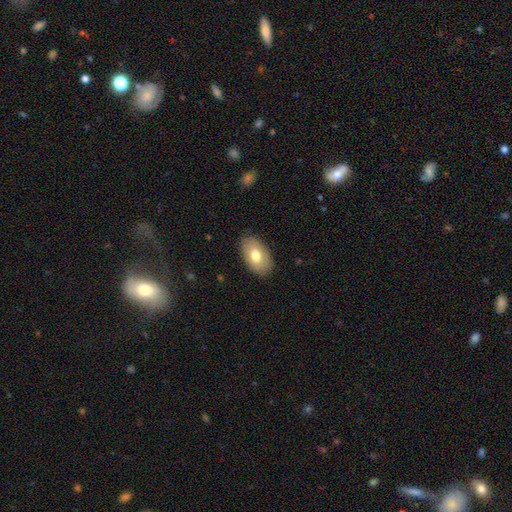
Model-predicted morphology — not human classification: smooth_or_featured: smooth (p=0.72) [alt: featured or disk p=0.21]
how_rounded: in between (p=0.93) [alt: round p=0.06]
merging: none (p=0.86) [alt: minor disturbance p=0.11]